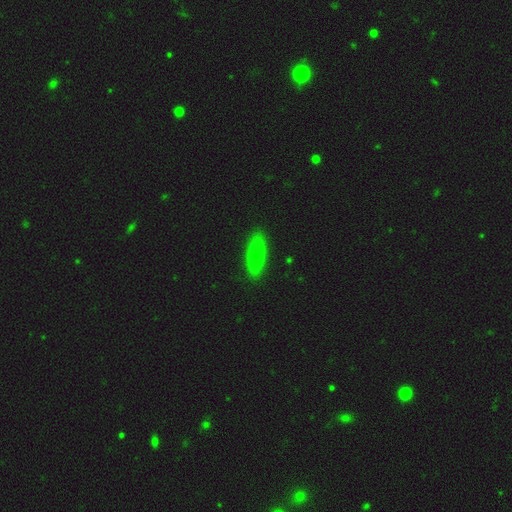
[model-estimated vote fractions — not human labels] This appears to be a smooth galaxy with no disk features (82%) that is in between round and cigar-shaped (51%). Merging: none (85%).